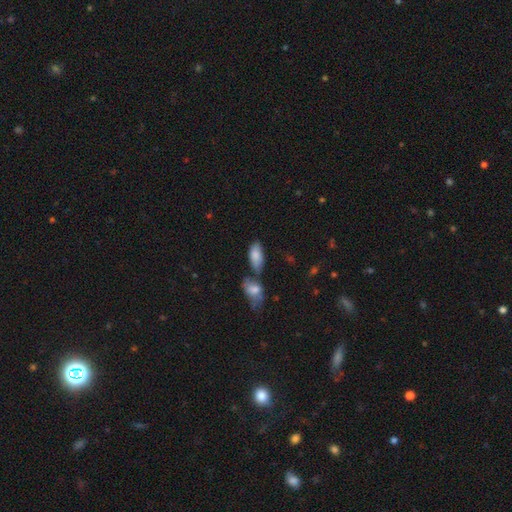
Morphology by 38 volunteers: Smooth or featured? smooth (89%)
How rounded? in between (82%)
Merging? none (31%, tied with minor disturbance and merger)